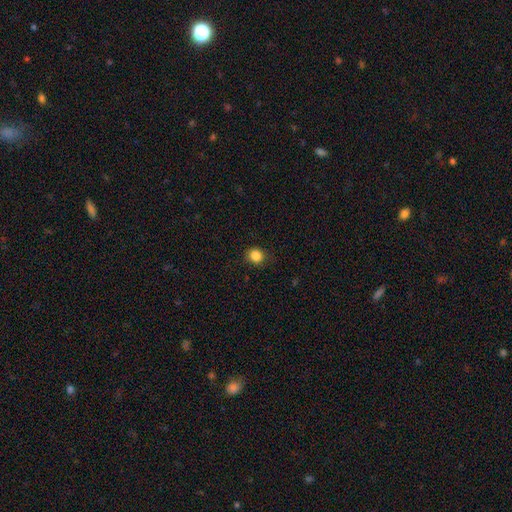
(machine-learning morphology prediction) Smooth or featured? smooth (86%)
How rounded? round (82%)
Merging? none (87%)